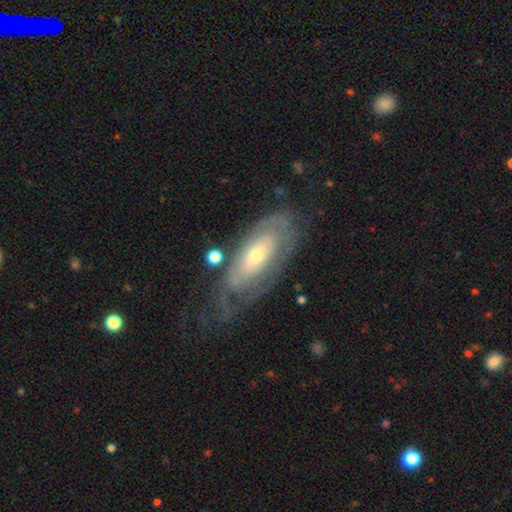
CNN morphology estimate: Overall: featured or disk (74%). Edge-on disk: no (88%). Bar: no (73%). Spiral arms: yes (70%). Bulge size: small (51%; moderate 44%). Merging: none (57%; minor disturbance 24%).